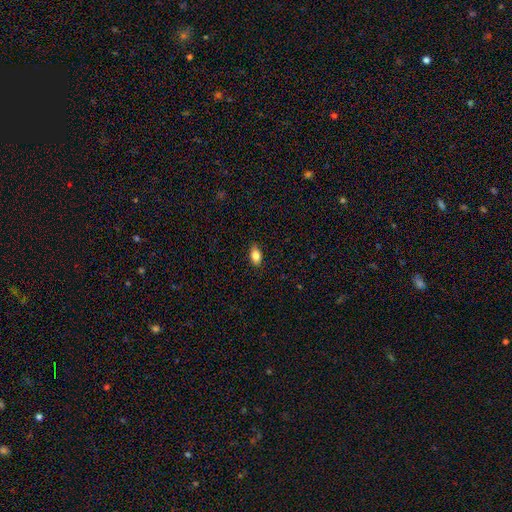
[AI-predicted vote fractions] Q: Smooth or featured?
A: smooth (85%); runner-up: star or artifact (8%)
Q: How rounded?
A: in between (89%); runner-up: round (8%)
Q: Merging?
A: none (86%); runner-up: minor disturbance (11%)